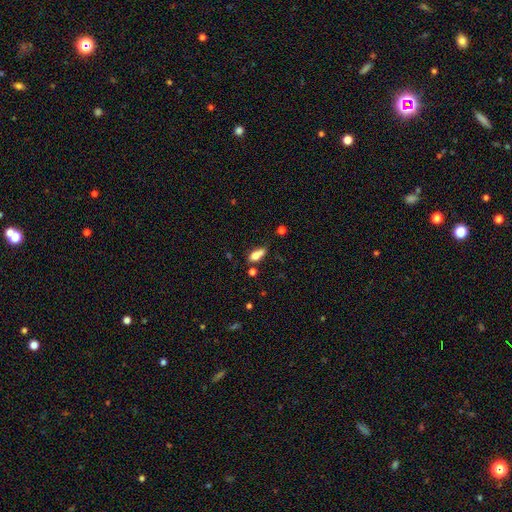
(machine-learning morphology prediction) Smooth or featured: smooth — 73% (featured or disk — 17%)
How rounded: in between — 80% (cigar-shaped — 13%)
Merging: none — 41% (minor disturbance — 26%)